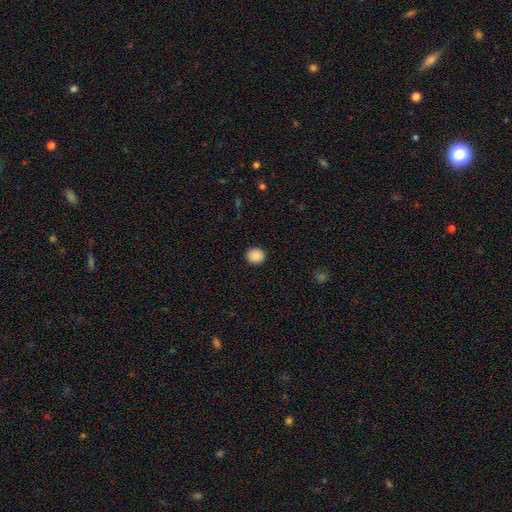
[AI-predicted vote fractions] This is clearly a smooth galaxy (89%). How rounded: likely round (79%). Merging: clearly none (91%).